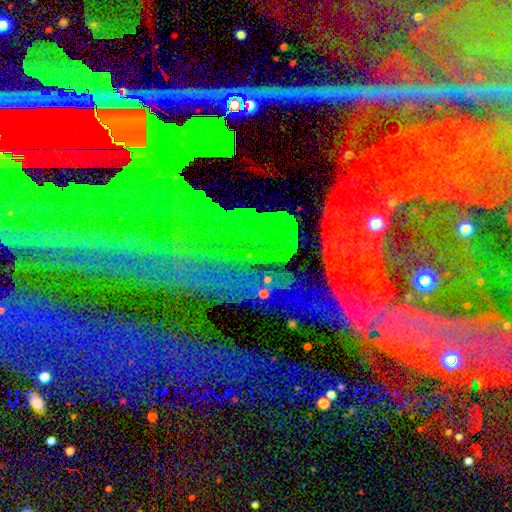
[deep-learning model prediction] star or artifact 86%, featured or disk 8%, smooth 6%.